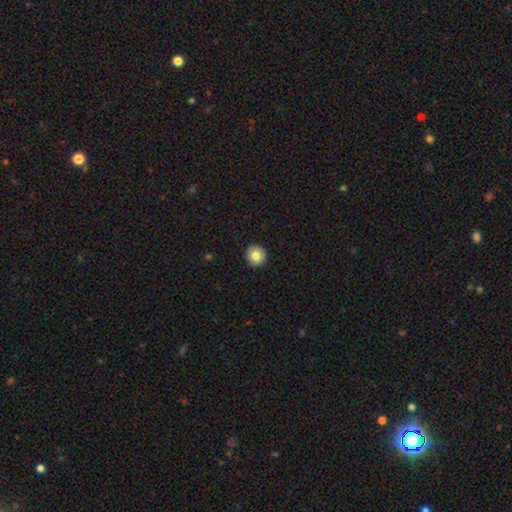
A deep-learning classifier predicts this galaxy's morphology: Overall: smooth (81%). How rounded: round (94%). Merging: none (93%).